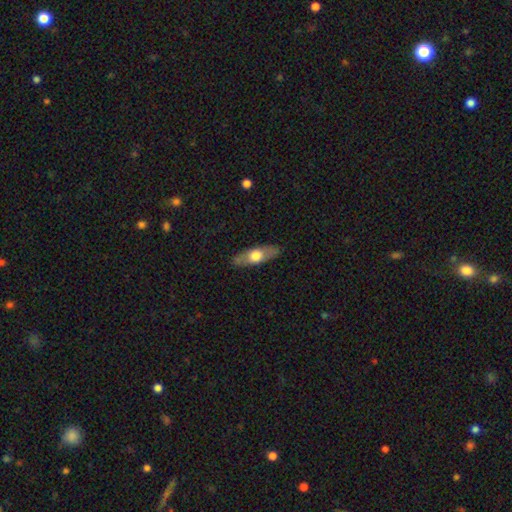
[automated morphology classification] A smooth galaxy with no disk features (52%) that is in between round and cigar-shaped (52%). Merging: none (87%).